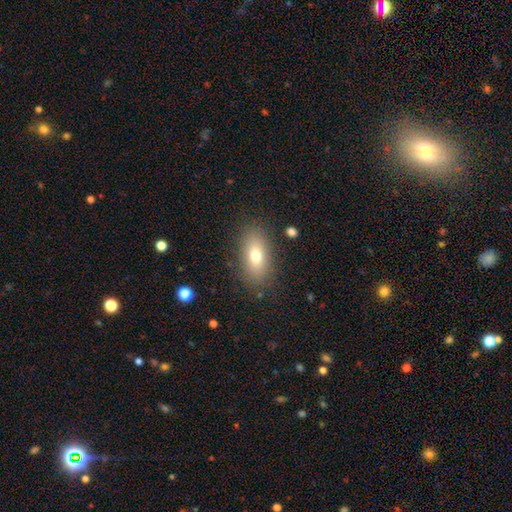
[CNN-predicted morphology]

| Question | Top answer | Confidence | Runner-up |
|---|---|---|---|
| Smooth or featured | smooth | 73% | featured or disk (17%) |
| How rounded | in between | 85% | round (8%) |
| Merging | none | 85% | minor disturbance (10%) |